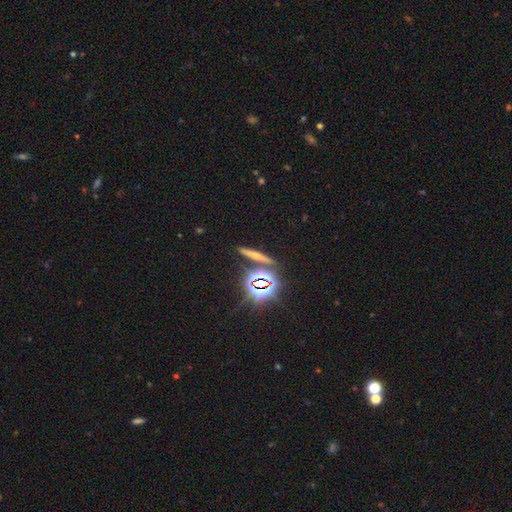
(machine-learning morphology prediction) smooth-or-featured: smooth: 43% | star or artifact: 31% | featured or disk: 26%
  merging: none: 83% | minor disturbance: 8% | merger: 6% | major disturbance: 3%